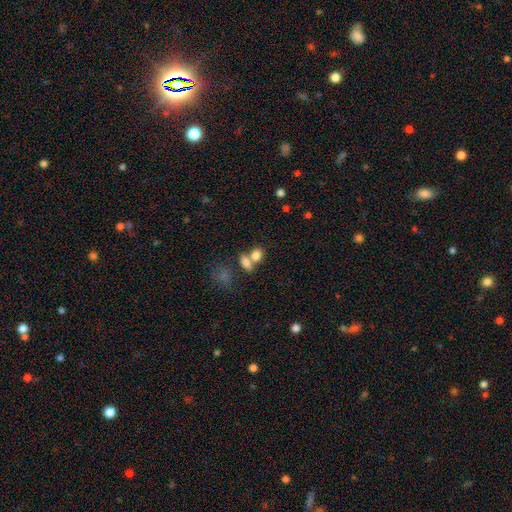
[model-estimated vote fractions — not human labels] Overall: smooth (81%). How rounded: in between (67%; round 30%). Merging: merger (50%; none 37%).